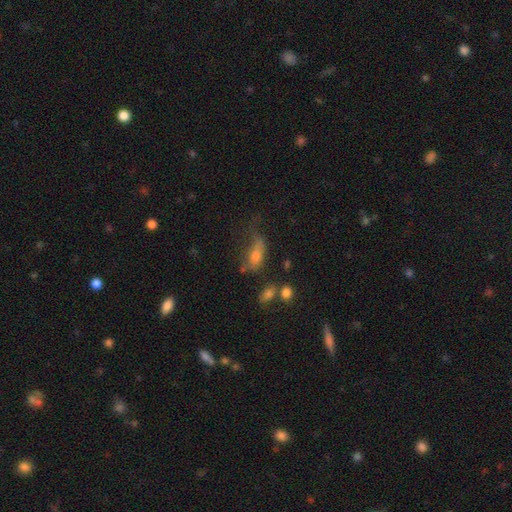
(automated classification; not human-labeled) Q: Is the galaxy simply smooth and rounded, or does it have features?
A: smooth — 58%.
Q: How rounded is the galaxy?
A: in between — 74%.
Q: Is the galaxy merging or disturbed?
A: major disturbance — 37%.